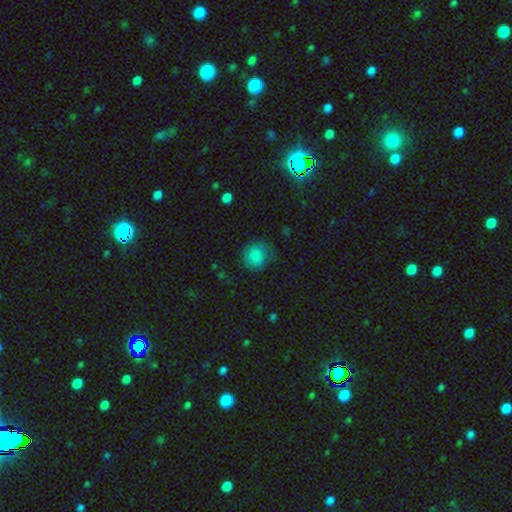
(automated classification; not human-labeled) Smooth or featured? smooth (83%)
How rounded? round (86%)
Merging? none (71%)